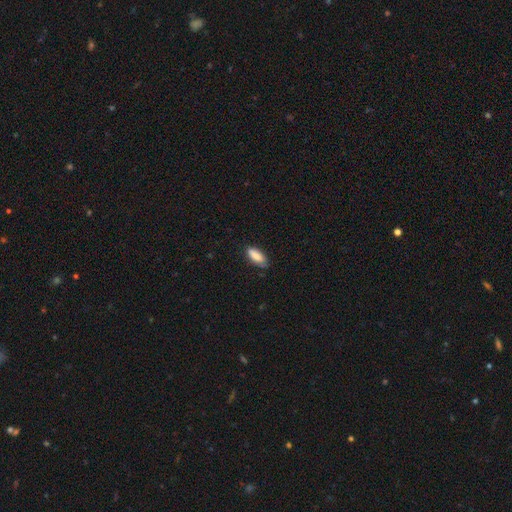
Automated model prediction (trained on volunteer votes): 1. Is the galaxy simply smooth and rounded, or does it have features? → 86% smooth, 7% featured or disk, 7% star or artifact.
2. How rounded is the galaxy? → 78% in between, 20% cigar-shaped, 2% round.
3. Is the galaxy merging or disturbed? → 70% none, 25% minor disturbance, 4% major disturbance, 1% merger.